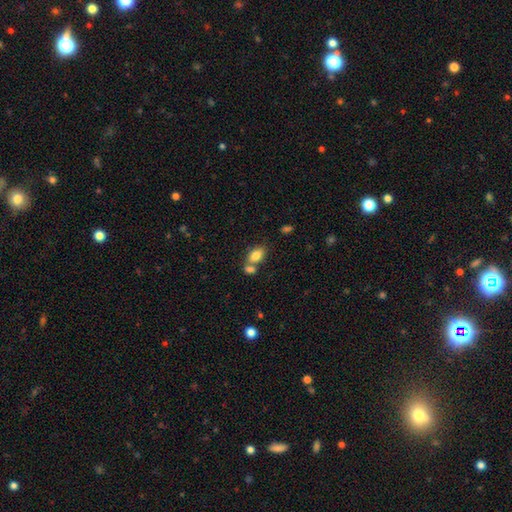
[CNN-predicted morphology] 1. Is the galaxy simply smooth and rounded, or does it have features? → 83% smooth, 8% featured or disk, 8% star or artifact.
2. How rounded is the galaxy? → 89% in between, 8% round, 3% cigar-shaped.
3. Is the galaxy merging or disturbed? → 47% none, 39% merger, 11% minor disturbance, 4% major disturbance.